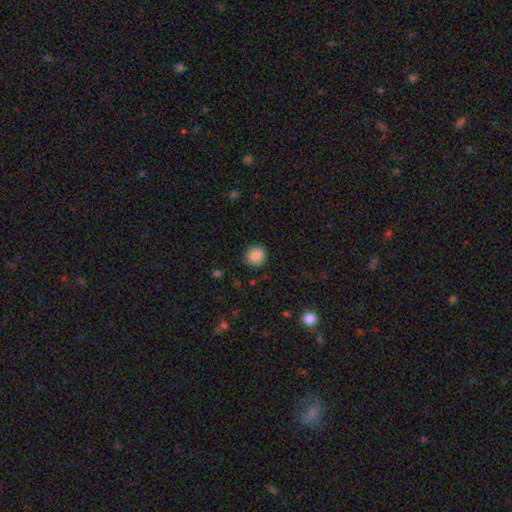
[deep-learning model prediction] Q: Smooth or featured?
A: smooth (87%); runner-up: star or artifact (9%)
Q: How rounded?
A: round (84%); runner-up: in between (15%)
Q: Merging?
A: none (85%); runner-up: minor disturbance (11%)